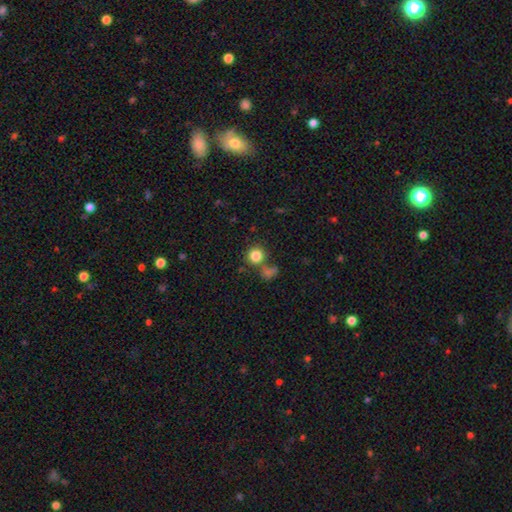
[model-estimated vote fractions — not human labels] Smooth or featured? Predicted: smooth (p=0.83). How rounded? Predicted: round (p=0.91). Merging? Predicted: none (p=0.69).